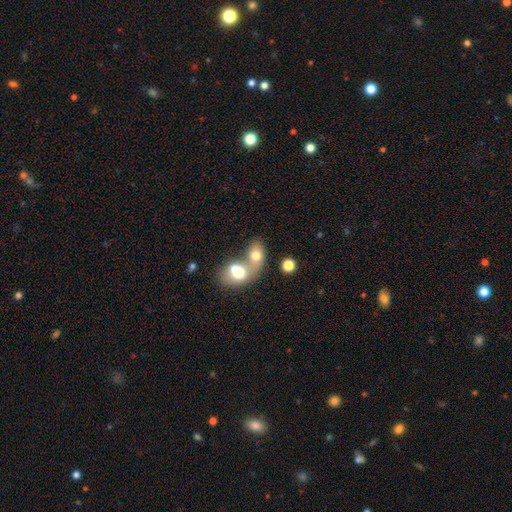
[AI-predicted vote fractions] Smooth or featured: smooth — 70% (featured or disk — 21%)
How rounded: in between — 64% (round — 35%)
Merging: merger — 74% (none — 15%)